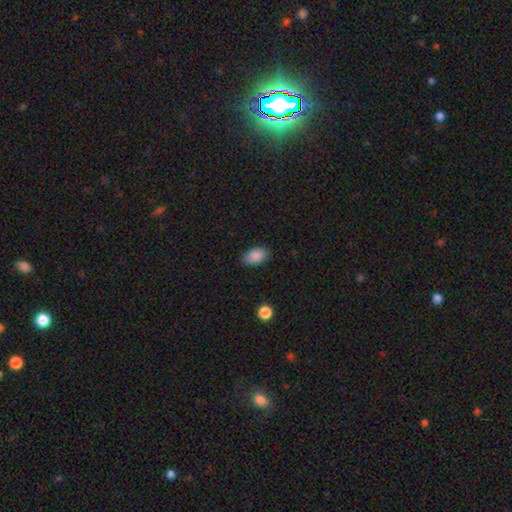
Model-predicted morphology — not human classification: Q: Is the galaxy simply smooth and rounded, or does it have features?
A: smooth — 88%.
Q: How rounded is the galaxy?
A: in between — 91%.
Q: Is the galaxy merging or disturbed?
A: none — 86%.